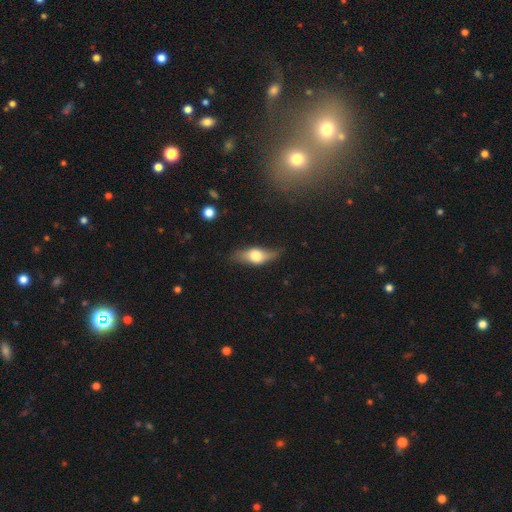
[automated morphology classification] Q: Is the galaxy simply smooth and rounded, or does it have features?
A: smooth — 52%.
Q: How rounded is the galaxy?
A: in between — 69%.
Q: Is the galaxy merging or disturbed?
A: none — 66%.